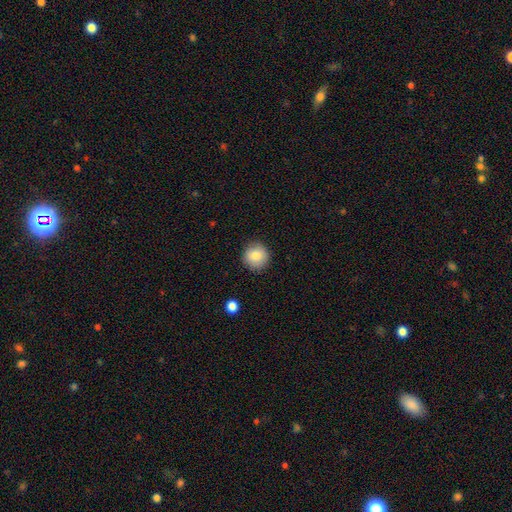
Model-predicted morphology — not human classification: smooth-or-featured: smooth: 84% | star or artifact: 8% | featured or disk: 7%
  how-rounded: round: 94% | in between: 6% | cigar-shaped: 1%
  merging: none: 89% | minor disturbance: 7% | major disturbance: 2% | merger: 1%